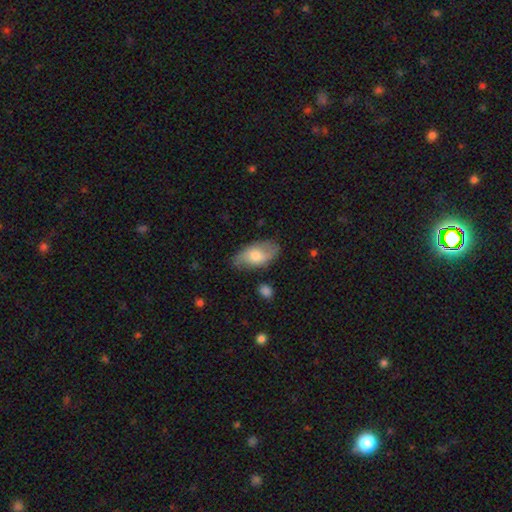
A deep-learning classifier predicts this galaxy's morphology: Smooth or featured? Predicted: smooth (p=0.54). How rounded? Predicted: in between (p=0.92). Merging? Predicted: none (p=0.73).